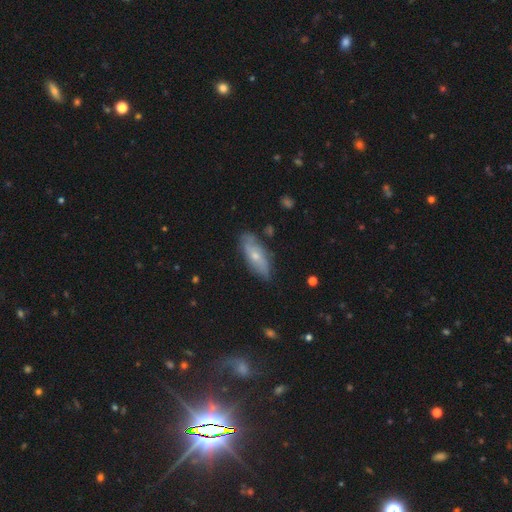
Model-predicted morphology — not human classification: A featured or disk galaxy (49%).

Vote fractions:
- Smooth or featured? featured or disk: 49% / smooth: 44% / star or artifact: 7%
- Merging? none: 73% / minor disturbance: 20% / major disturbance: 4% / merger: 2%